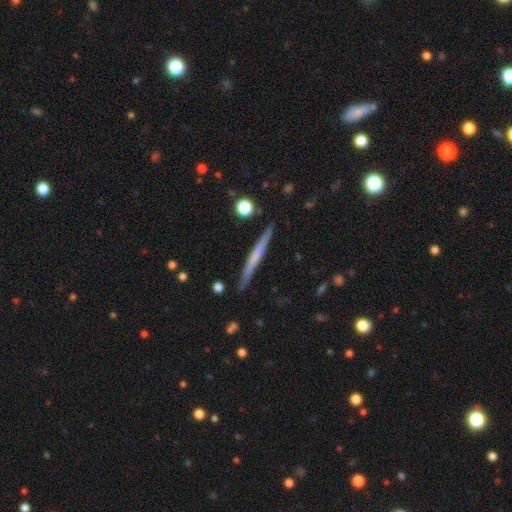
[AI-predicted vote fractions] This appears to be a featured or disk galaxy (50%). Merging: none (90%).